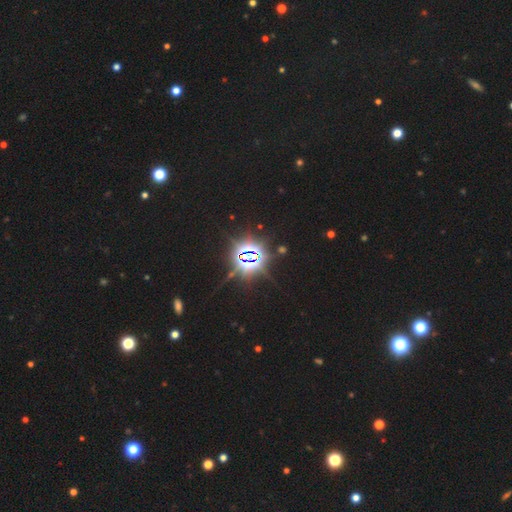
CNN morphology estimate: A star or artifact, not a galaxy (84%).

Vote fractions:
- Smooth or featured? star or artifact: 84% / smooth: 9% / featured or disk: 7%